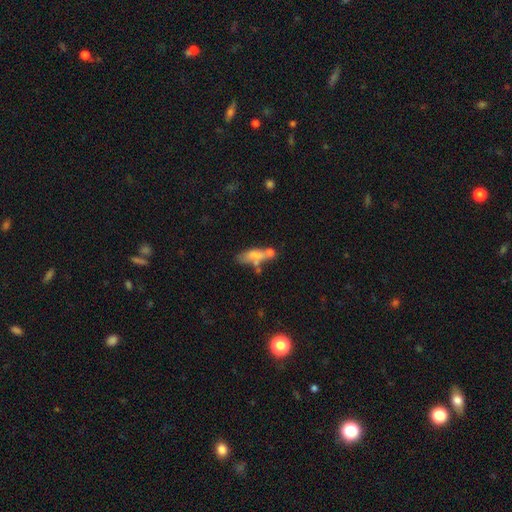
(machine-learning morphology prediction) smooth-or-featured: smooth: 63% | featured or disk: 27% | star or artifact: 10%
  how-rounded: in between: 57% | cigar-shaped: 39% | round: 3%
  merging: none: 36% | merger: 32% | minor disturbance: 19% | major disturbance: 13%